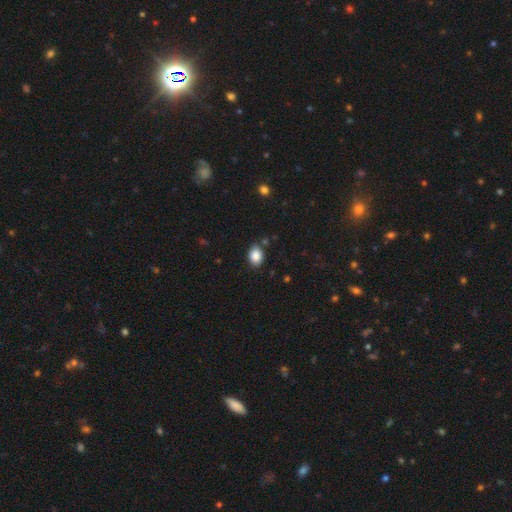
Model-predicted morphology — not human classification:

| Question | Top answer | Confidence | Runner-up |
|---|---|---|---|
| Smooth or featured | smooth | 87% | star or artifact (9%) |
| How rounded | in between | 71% | round (27%) |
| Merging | none | 81% | minor disturbance (13%) |